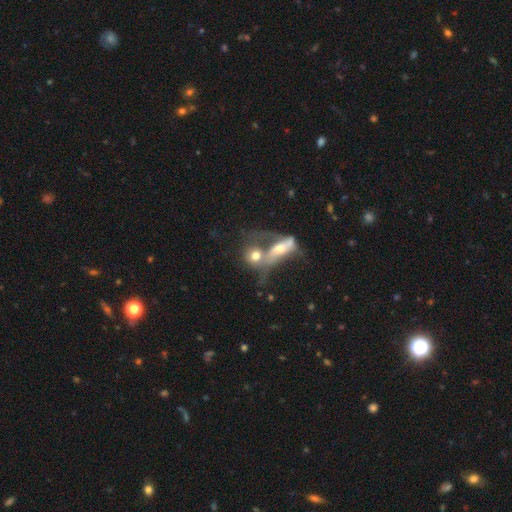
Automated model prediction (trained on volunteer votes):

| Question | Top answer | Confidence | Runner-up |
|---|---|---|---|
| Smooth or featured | smooth | 57% | featured or disk (33%) |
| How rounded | round | 48% | in between (45%) |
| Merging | merger | 71% | none (13%) |